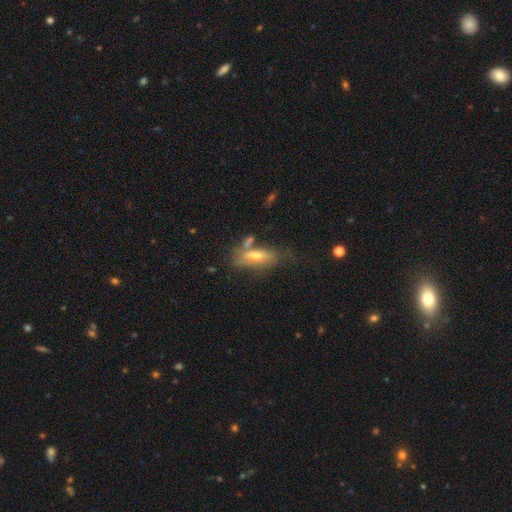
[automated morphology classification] Smooth or featured?
  - smooth: 47% *
  - featured or disk: 44%
  - star or artifact: 9%
Merging?
  - none: 48% *
  - minor disturbance: 22%
  - merger: 17%
  - major disturbance: 13%